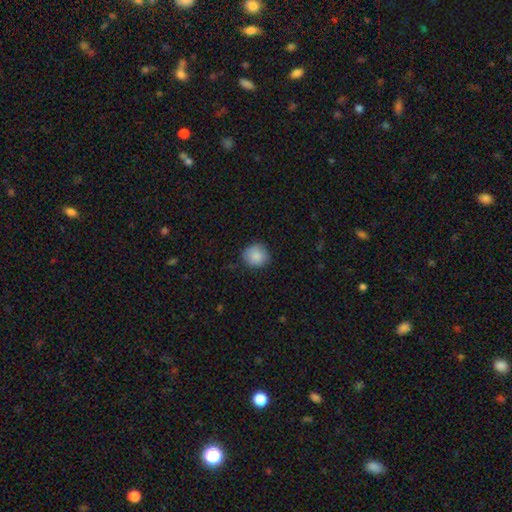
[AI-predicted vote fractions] The model was most divided on "merging": none: 79%, minor disturbance: 17%, major disturbance: 3%, merger: 1%. More confident: smooth or featured — smooth (87%); how rounded — round (84%).